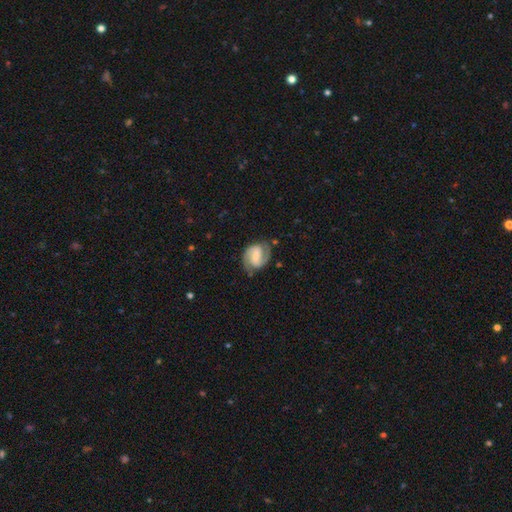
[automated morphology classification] Smooth or featured? Predicted: featured or disk (p=0.82). Edge-on disk? Predicted: no (p=0.98). Bar? Predicted: weak (p=0.42). Spiral arms? Predicted: yes (p=0.96). Spiral winding? Predicted: medium (p=0.50). Spiral arm count? Predicted: 2 (p=0.91). Bulge size? Predicted: none (p=0.45). Merging? Predicted: none (p=0.76).